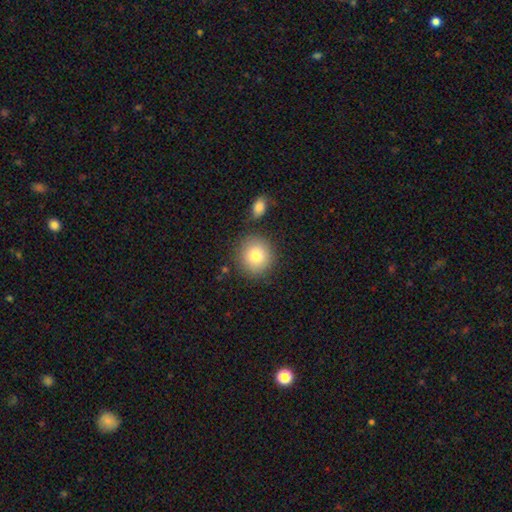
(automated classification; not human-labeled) This is clearly a smooth galaxy (81%). How rounded: clearly round (89%). Merging: clearly none (83%).